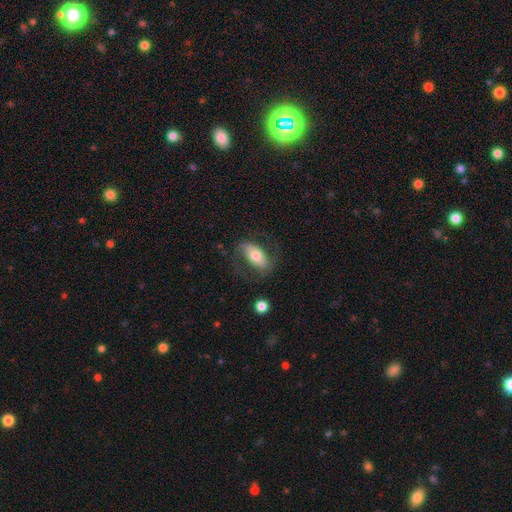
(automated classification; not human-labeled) Smooth or featured? featured or disk (48%)
Merging? none (65%)